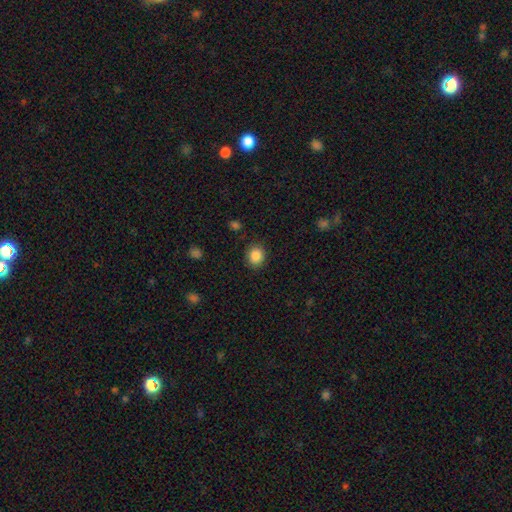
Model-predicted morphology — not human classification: This is clearly a smooth galaxy (87%). How rounded: likely round (75%). Merging: clearly none (87%).